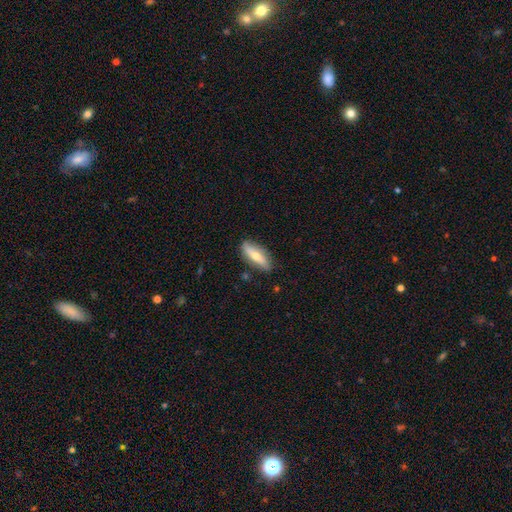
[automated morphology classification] type=smooth (53%); roundness=in between (63%); merging=none (79%).